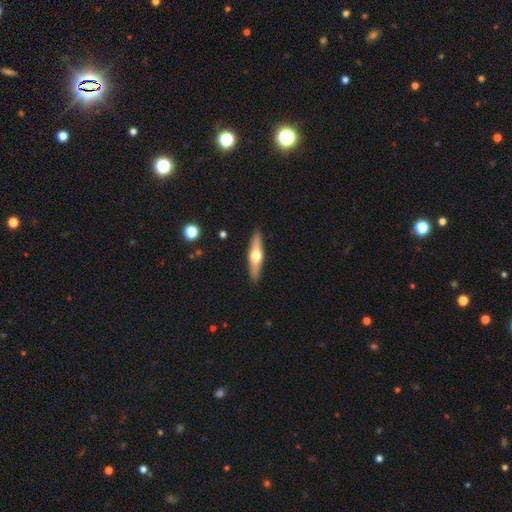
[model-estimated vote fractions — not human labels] Smooth or featured? Predicted: featured or disk (p=0.56). Edge-on disk? Predicted: yes (p=0.92). Edge-on bulge? Predicted: rounded (p=0.95). Merging? Predicted: none (p=0.91).